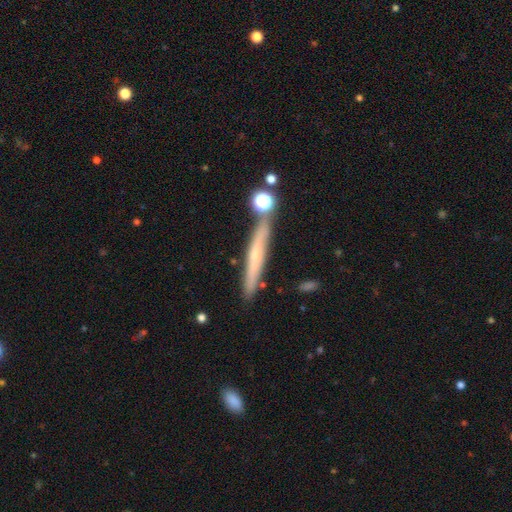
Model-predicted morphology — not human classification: Q: Smooth or featured?
A: featured or disk (52%); runner-up: smooth (40%)
Q: Edge-on disk?
A: yes (92%); runner-up: no (8%)
Q: Merging?
A: none (78%); runner-up: minor disturbance (11%)